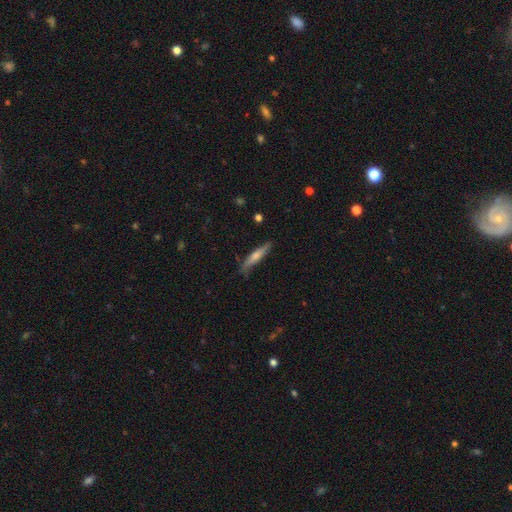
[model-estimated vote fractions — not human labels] Smooth or featured? Predicted: featured or disk (p=0.47). Merging? Predicted: none (p=0.79).